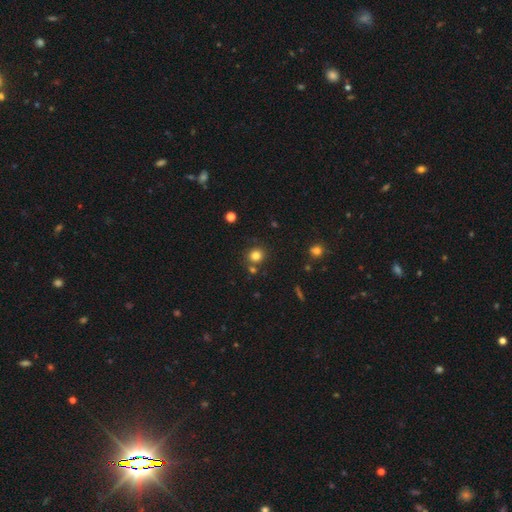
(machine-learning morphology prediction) type=smooth (81%); roundness=round (85%); merging=none (78%).